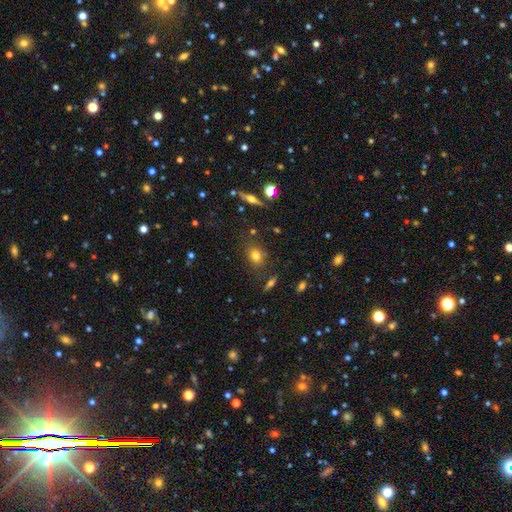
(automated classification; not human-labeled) Smooth or featured?
  - smooth: 74% *
  - star or artifact: 14%
  - featured or disk: 11%
How rounded?
  - in between: 54% *
  - round: 44%
  - cigar-shaped: 3%
Merging?
  - none: 76% *
  - minor disturbance: 14%
  - merger: 6%
  - major disturbance: 4%